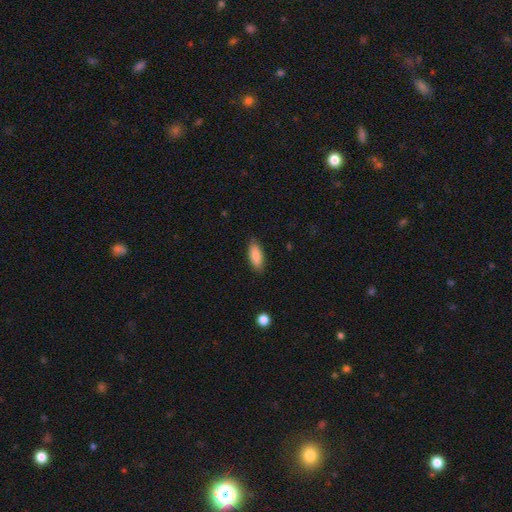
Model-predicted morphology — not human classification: A smooth galaxy with no disk features (87%) that is in between round and cigar-shaped (76%). Merging: none (84%).